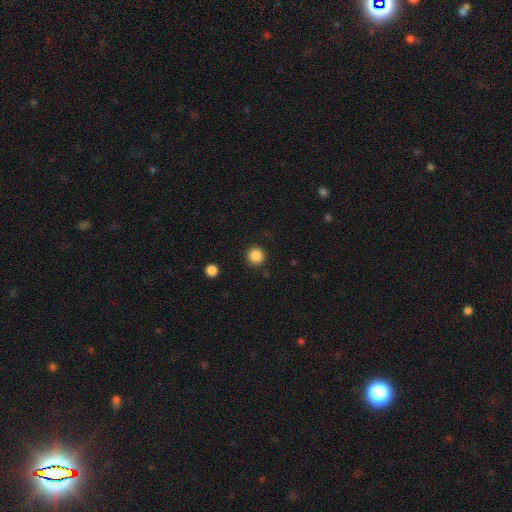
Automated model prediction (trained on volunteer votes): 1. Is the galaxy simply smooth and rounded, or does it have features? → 86% smooth, 10% star or artifact, 3% featured or disk.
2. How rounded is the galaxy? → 95% round, 5% in between, 1% cigar-shaped.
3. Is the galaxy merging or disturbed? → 92% none, 5% minor disturbance, 2% major disturbance, 1% merger.